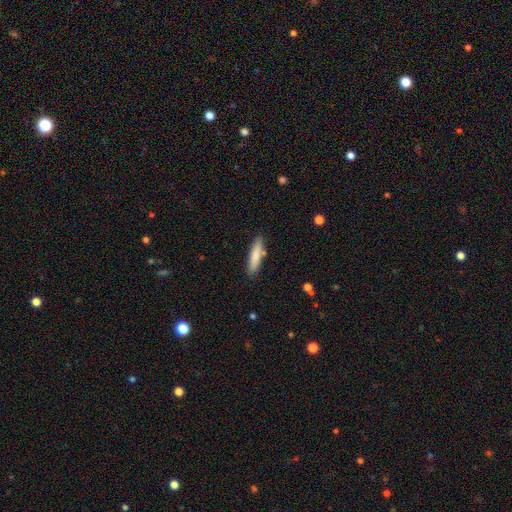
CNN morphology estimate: Q: Smooth or featured?
A: smooth (79%); runner-up: featured or disk (15%)
Q: How rounded?
A: cigar-shaped (77%); runner-up: in between (21%)
Q: Merging?
A: none (82%); runner-up: minor disturbance (12%)